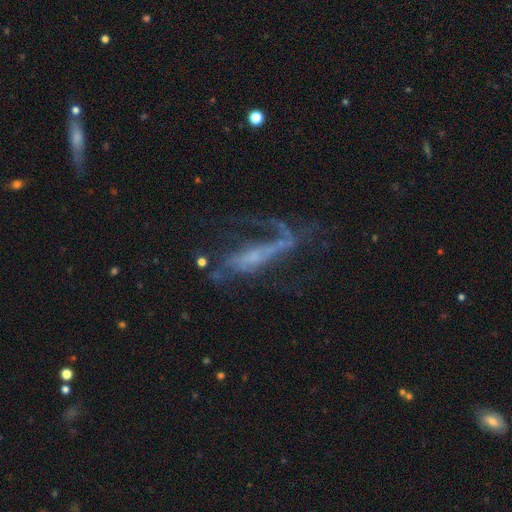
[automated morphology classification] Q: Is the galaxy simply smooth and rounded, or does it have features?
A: featured or disk — 74%.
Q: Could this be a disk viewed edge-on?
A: no — 79%.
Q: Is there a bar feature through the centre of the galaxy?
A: no — 49%.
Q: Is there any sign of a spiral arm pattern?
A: yes — 73%.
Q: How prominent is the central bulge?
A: small — 55%.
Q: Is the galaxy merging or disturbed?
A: major disturbance — 43%.